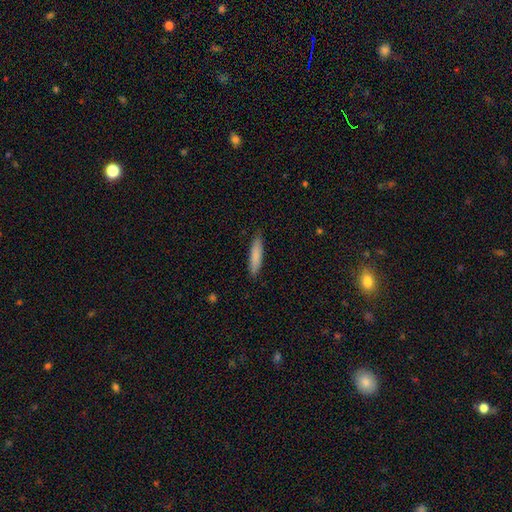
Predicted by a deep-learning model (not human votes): The model was most divided on "how rounded": cigar-shaped: 82%, in between: 17%, round: 1%. More confident: merging — none (87%); smooth or featured — smooth (84%).